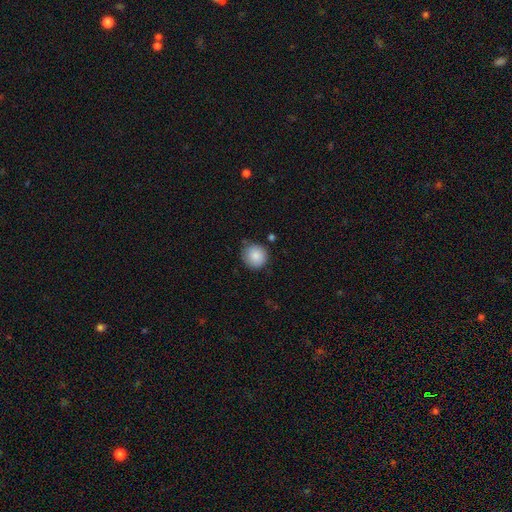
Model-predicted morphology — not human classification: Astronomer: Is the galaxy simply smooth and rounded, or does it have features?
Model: smooth — 87%.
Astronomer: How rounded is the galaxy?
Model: round — 91%.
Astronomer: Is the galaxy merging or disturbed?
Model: none — 77%.